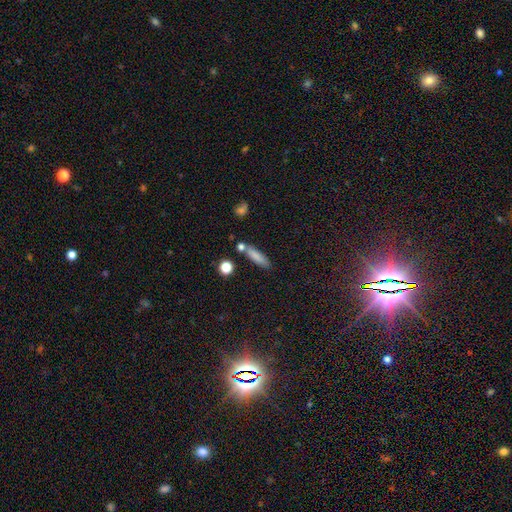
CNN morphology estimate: Smooth or featured: smooth — 80% (featured or disk — 11%)
How rounded: cigar-shaped — 66% (in between — 30%)
Merging: none — 73% (minor disturbance — 13%)